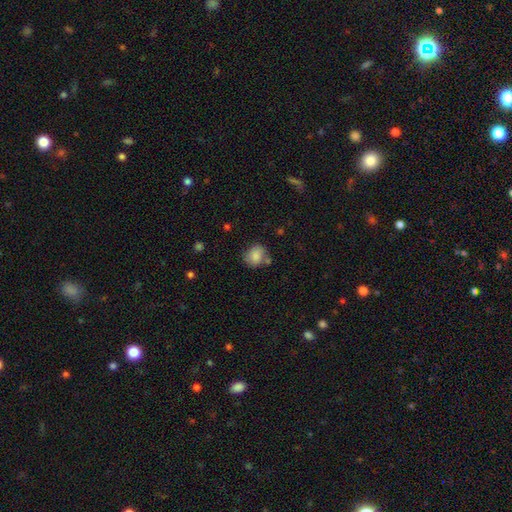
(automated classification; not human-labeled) smooth-or-featured: smooth: 83% | star or artifact: 9% | featured or disk: 8%
  how-rounded: round: 68% | in between: 31% | cigar-shaped: 1%
  merging: none: 65% | minor disturbance: 18% | merger: 11% | major disturbance: 5%